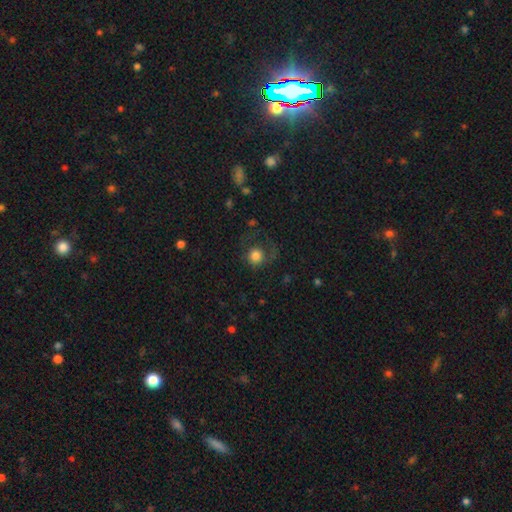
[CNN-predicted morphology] The model was most divided on "merging": none: 54%, major disturbance: 26%, minor disturbance: 18%, merger: 2%. More confident: how rounded — round (89%); smooth or featured — smooth (77%).